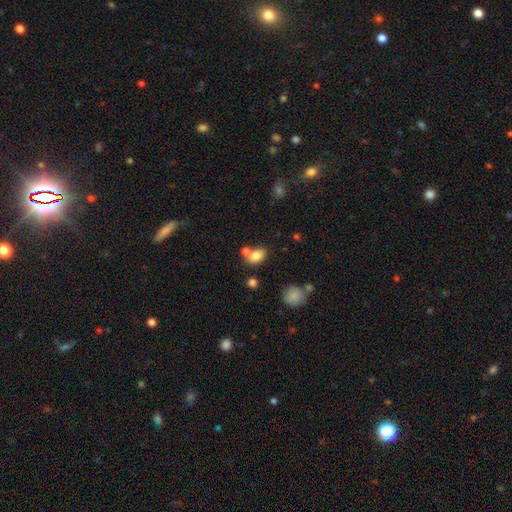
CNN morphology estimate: smooth 80%, star or artifact 10%, featured or disk 10%. Down the decision tree: how rounded — in between (78%); merging — none (51%).